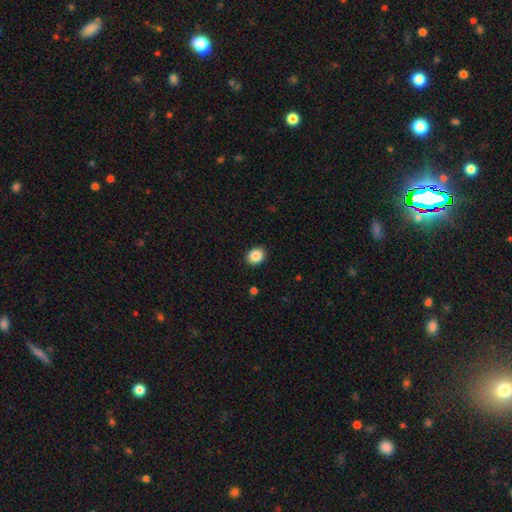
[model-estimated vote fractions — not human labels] Overall: smooth (87%). How rounded: round (59%; in between 40%). Merging: none (91%).